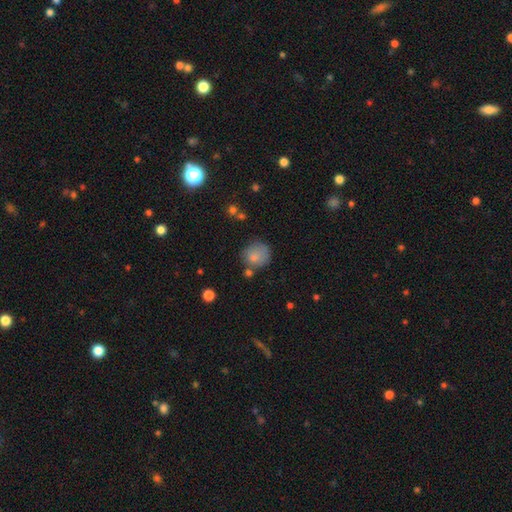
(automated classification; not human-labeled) This appears to be a smooth galaxy with no disk features (81%) that is round (81%). Merging: none (63%).